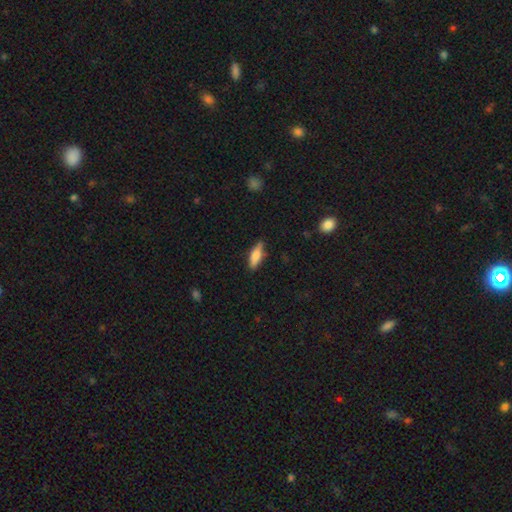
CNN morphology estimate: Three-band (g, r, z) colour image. It shows a smooth galaxy with no disk features (70%) that is in between round and cigar-shaped (49%, tied with cigar-shaped). Merging: none (82%).